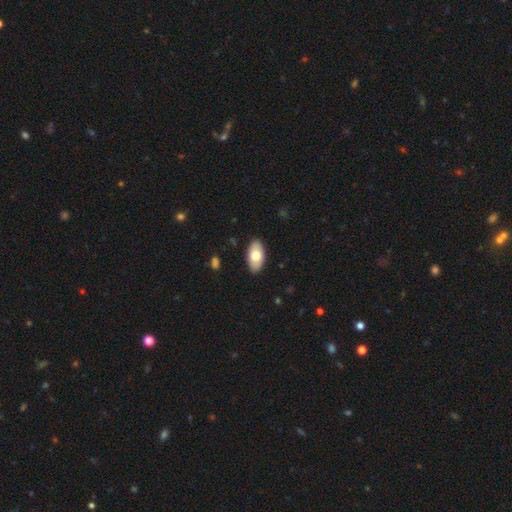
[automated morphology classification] Smooth or featured?
  - smooth: 73% *
  - featured or disk: 22%
  - star or artifact: 6%
How rounded?
  - in between: 95% *
  - round: 3%
  - cigar-shaped: 2%
Merging?
  - none: 89% *
  - minor disturbance: 9%
  - major disturbance: 2%
  - merger: 1%